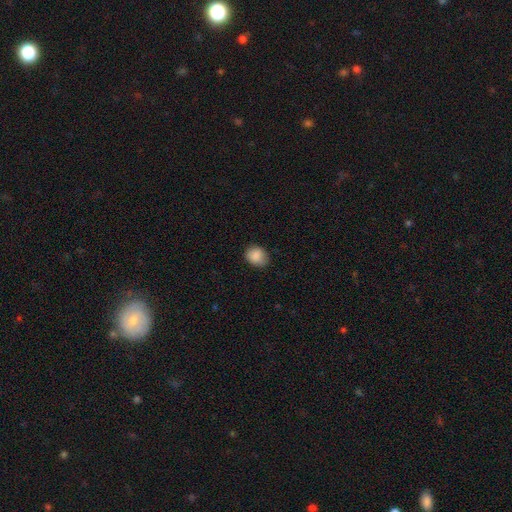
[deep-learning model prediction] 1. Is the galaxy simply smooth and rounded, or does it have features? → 87% smooth, 8% star or artifact, 4% featured or disk.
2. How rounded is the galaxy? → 57% round, 43% in between, 1% cigar-shaped.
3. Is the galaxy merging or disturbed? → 76% none, 20% minor disturbance, 4% major disturbance, 1% merger.